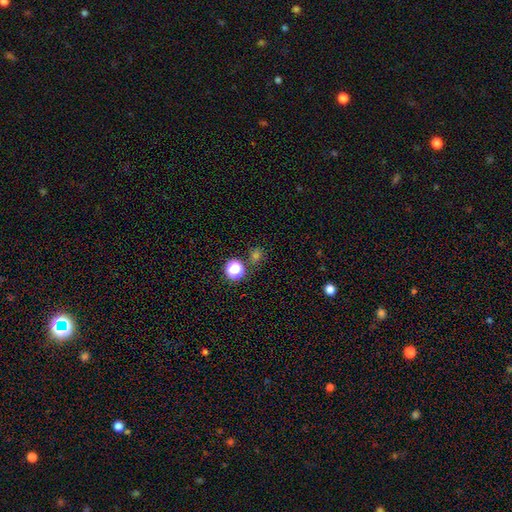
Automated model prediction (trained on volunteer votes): This is possibly a smooth galaxy (55%). How rounded: clearly round (82%). Merging: likely none (76%).